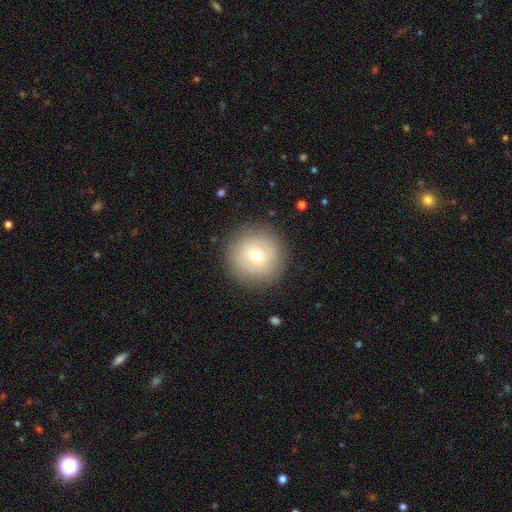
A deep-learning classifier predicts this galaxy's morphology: Q: Smooth or featured?
A: smooth (72%); runner-up: featured or disk (17%)
Q: How rounded?
A: round (96%); runner-up: in between (3%)
Q: Merging?
A: none (89%); runner-up: minor disturbance (7%)